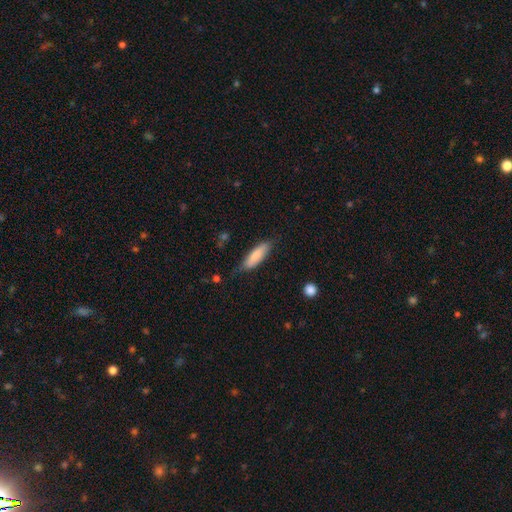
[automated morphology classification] Smooth or featured?
  - smooth: 80% *
  - featured or disk: 14%
  - star or artifact: 6%
How rounded?
  - cigar-shaped: 51% *
  - in between: 48%
  - round: 2%
Merging?
  - none: 74% *
  - minor disturbance: 21%
  - major disturbance: 4%
  - merger: 2%